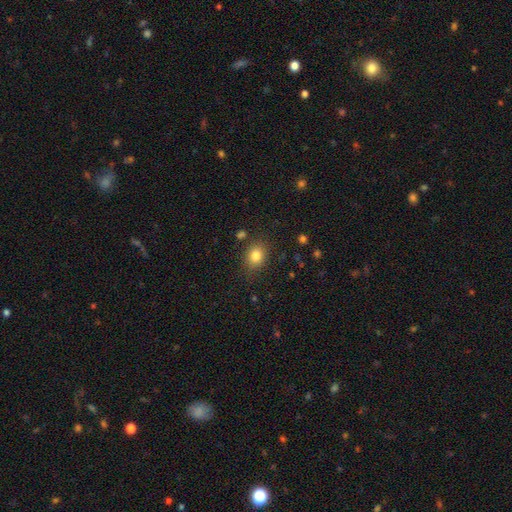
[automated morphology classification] This is clearly a smooth galaxy (82%). How rounded: possibly round (54%). Merging: clearly none (81%).